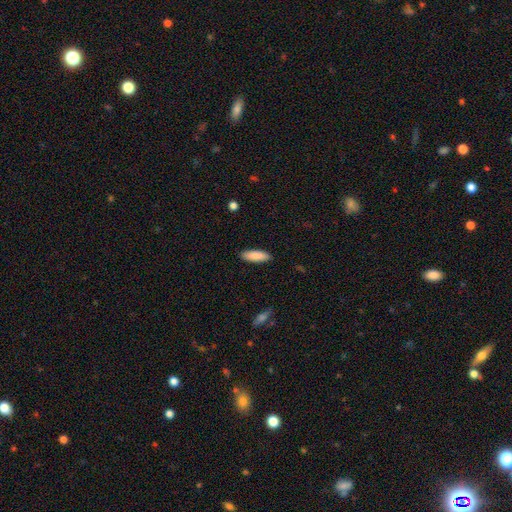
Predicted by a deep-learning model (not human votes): Smooth or featured: smooth — 89% (star or artifact — 6%)
How rounded: in between — 57% (cigar-shaped — 41%)
Merging: none — 89% (minor disturbance — 8%)